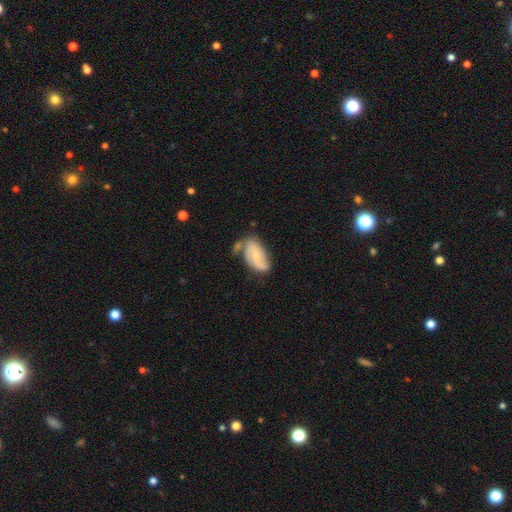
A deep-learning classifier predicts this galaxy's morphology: type=featured or disk (60%); edge-on=no (95%); bar=no (62%); spiral arms=yes (83%); bulge=small (58%); merging=none (46%).